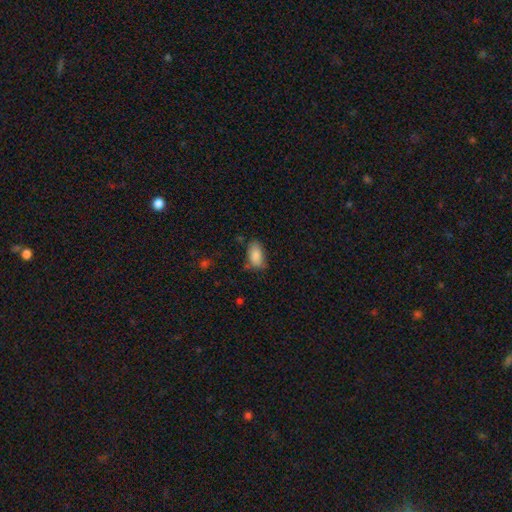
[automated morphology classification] Smooth or featured?
  - smooth: 86% *
  - star or artifact: 7%
  - featured or disk: 7%
How rounded?
  - in between: 93% *
  - round: 4%
  - cigar-shaped: 3%
Merging?
  - none: 64% *
  - minor disturbance: 27%
  - major disturbance: 6%
  - merger: 3%